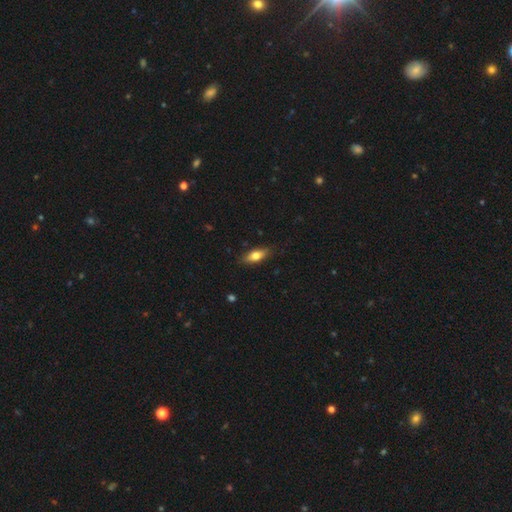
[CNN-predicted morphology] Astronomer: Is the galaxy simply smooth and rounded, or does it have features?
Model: smooth — 71%.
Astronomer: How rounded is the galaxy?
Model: in between — 74%.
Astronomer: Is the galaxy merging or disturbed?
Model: none — 84%.